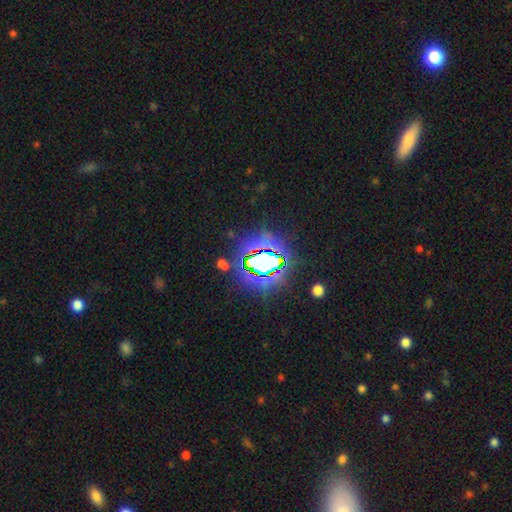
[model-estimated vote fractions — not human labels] Smooth or featured: star or artifact — 71% (smooth — 18%)